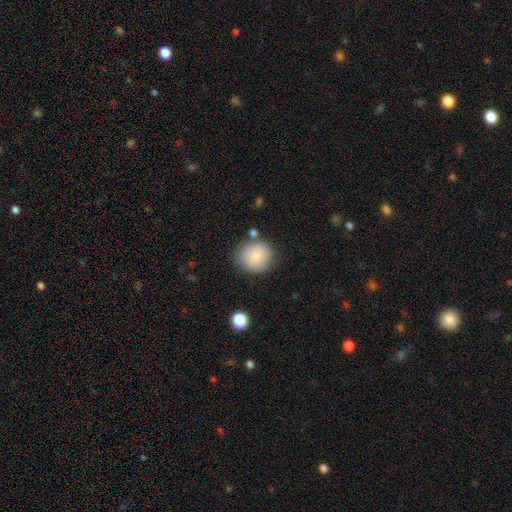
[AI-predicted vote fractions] A smooth galaxy with no disk features (76%) that is round (84%). Merging: none (73%).